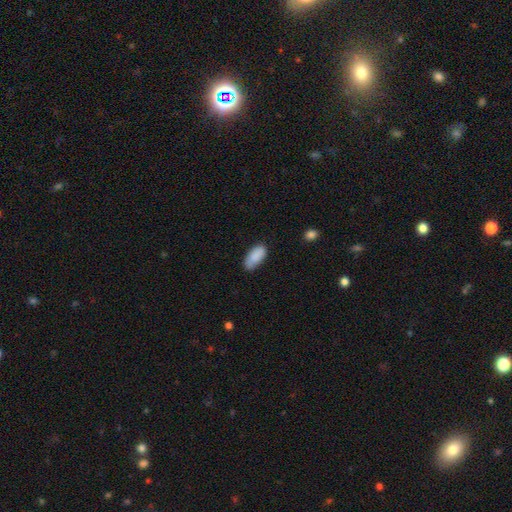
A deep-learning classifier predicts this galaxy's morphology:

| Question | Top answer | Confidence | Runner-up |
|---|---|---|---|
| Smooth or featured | smooth | 87% | star or artifact (7%) |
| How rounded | in between | 91% | cigar-shaped (7%) |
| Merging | none | 69% | minor disturbance (24%) |